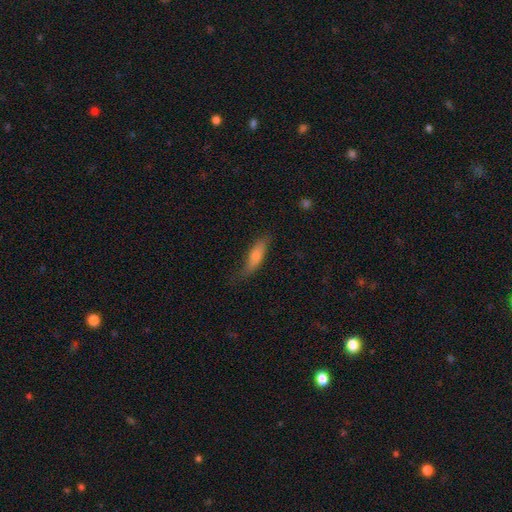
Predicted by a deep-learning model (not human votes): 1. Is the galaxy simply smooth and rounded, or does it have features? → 68% smooth, 25% featured or disk, 7% star or artifact.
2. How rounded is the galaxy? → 62% cigar-shaped, 35% in between, 2% round.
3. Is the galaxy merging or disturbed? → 66% none, 25% minor disturbance, 8% major disturbance, 2% merger.